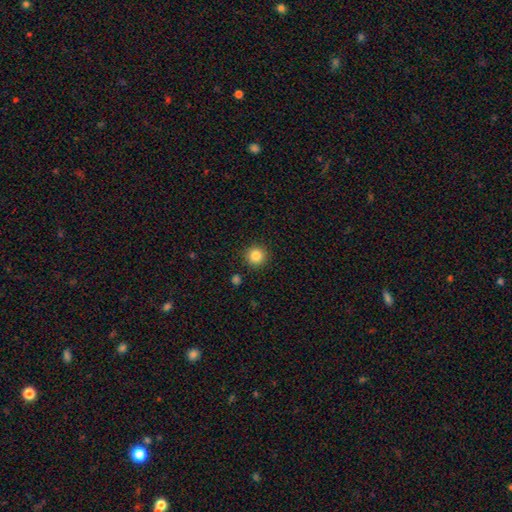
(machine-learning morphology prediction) smooth-or-featured: smooth: 85% | star or artifact: 10% | featured or disk: 4%
  how-rounded: round: 95% | in between: 4% | cigar-shaped: 1%
  merging: none: 90% | minor disturbance: 6% | major disturbance: 2% | merger: 2%